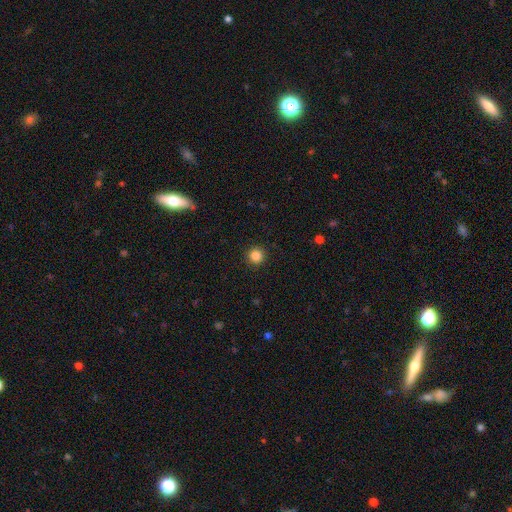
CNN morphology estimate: This appears to be a smooth galaxy with no disk features (85%) that is round (96%). Merging: none (93%).